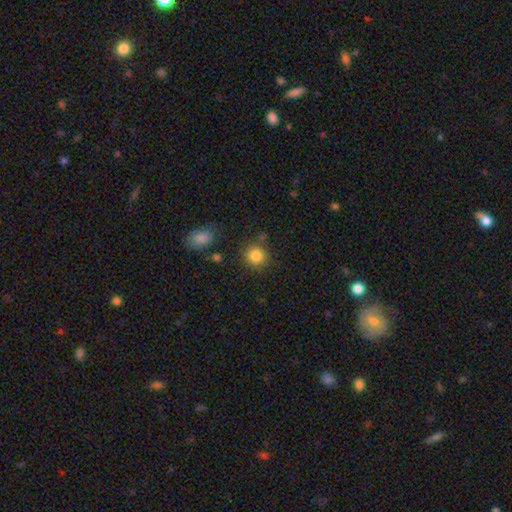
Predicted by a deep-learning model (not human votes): A smooth galaxy with no disk features (84%) that is round (86%). Merging: none (81%).